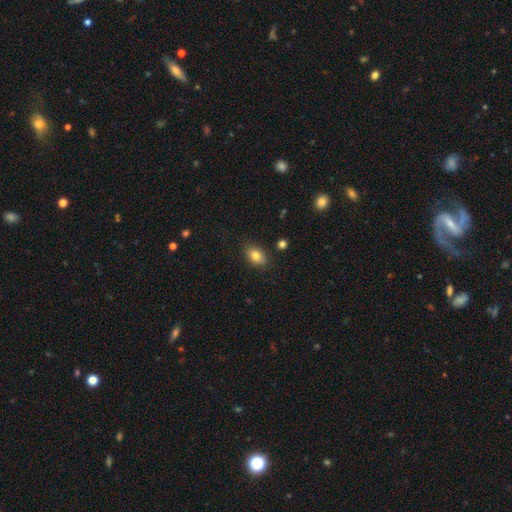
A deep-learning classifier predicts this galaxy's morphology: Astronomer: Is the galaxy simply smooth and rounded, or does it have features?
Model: smooth — 80%.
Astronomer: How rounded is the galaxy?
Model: in between — 83%.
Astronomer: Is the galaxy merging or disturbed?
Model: none — 84%.